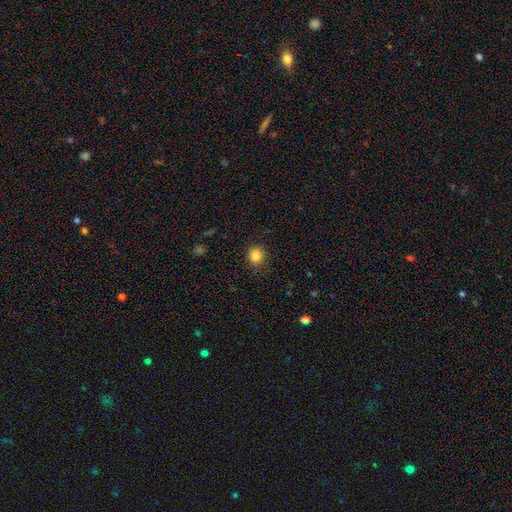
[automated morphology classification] Q: Smooth or featured?
A: smooth (85%); runner-up: star or artifact (11%)
Q: How rounded?
A: round (89%); runner-up: in between (11%)
Q: Merging?
A: none (88%); runner-up: minor disturbance (8%)